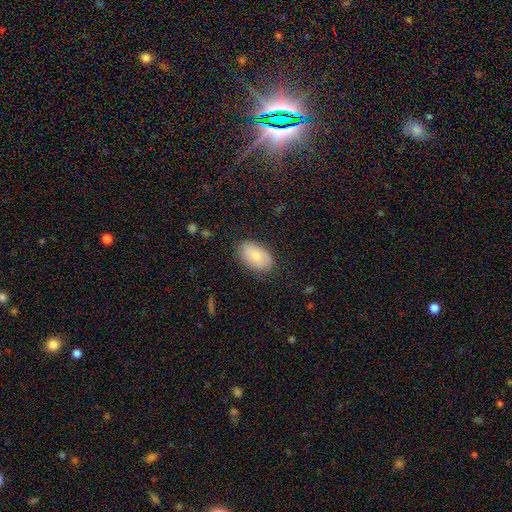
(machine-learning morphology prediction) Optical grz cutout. It shows a smooth galaxy with no disk features (70%) that is in between round and cigar-shaped (91%). Merging: none (78%).